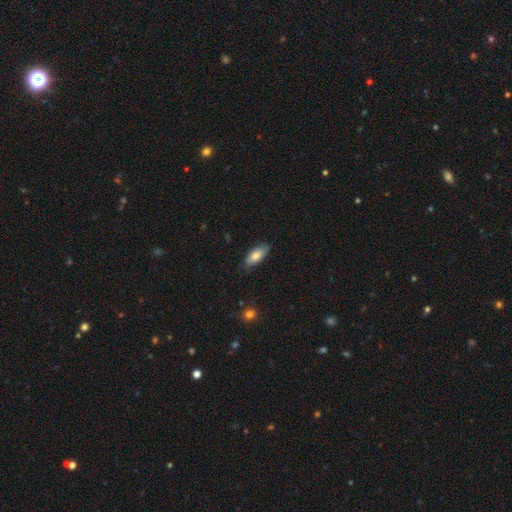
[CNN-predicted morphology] smooth-or-featured: smooth: 75% | featured or disk: 18% | star or artifact: 6%
  how-rounded: in between: 79% | cigar-shaped: 19% | round: 2%
  merging: none: 80% | minor disturbance: 16% | major disturbance: 2% | merger: 1%